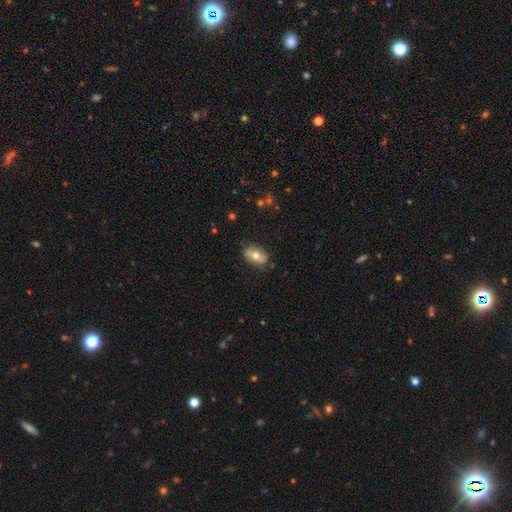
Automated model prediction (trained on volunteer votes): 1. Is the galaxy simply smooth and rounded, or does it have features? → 57% smooth, 35% featured or disk, 8% star or artifact.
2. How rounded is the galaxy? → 86% in between, 11% round, 3% cigar-shaped.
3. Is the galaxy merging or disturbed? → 81% none, 14% minor disturbance, 3% major disturbance, 2% merger.